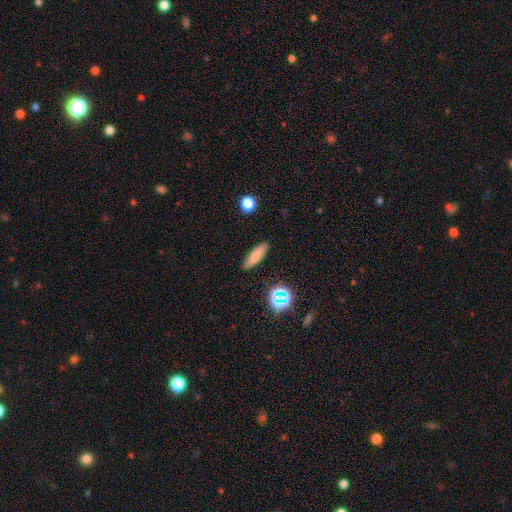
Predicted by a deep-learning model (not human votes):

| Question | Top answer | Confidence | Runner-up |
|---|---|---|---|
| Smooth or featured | smooth | 78% | featured or disk (12%) |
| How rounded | cigar-shaped | 50% | in between (46%) |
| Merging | none | 88% | minor disturbance (9%) |